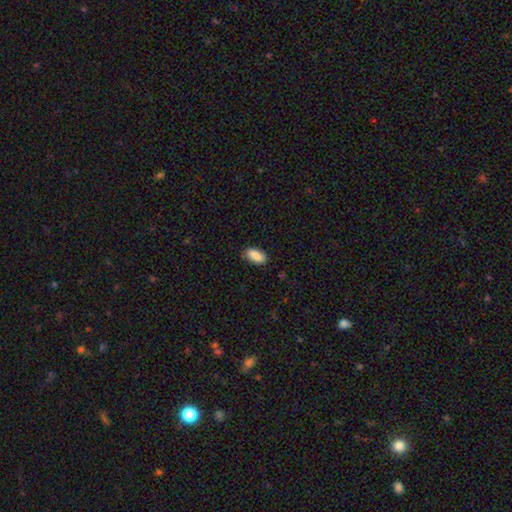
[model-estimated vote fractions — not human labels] This appears to be a smooth galaxy with no disk features (86%) that is in between round and cigar-shaped (90%). Merging: none (84%).